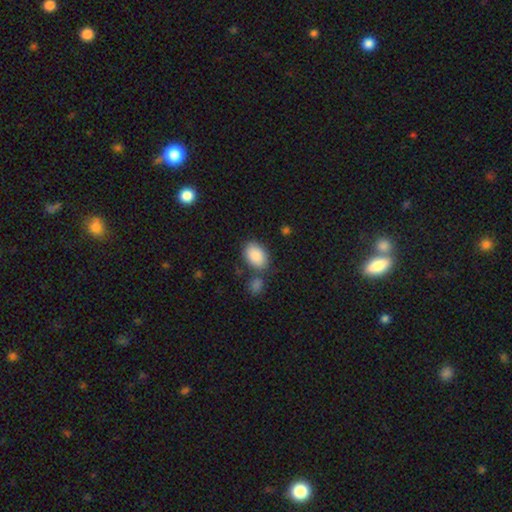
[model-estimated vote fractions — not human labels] smooth-or-featured: smooth: 89% | star or artifact: 7% | featured or disk: 5%
  how-rounded: in between: 88% | round: 11% | cigar-shaped: 1%
  merging: none: 70% | minor disturbance: 14% | merger: 11% | major disturbance: 5%